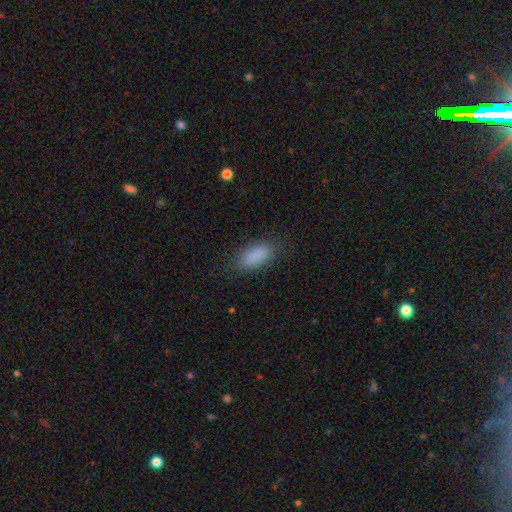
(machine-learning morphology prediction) Smooth or featured? Predicted: smooth (p=0.87). How rounded? Predicted: in between (p=0.83). Merging? Predicted: none (p=0.82).